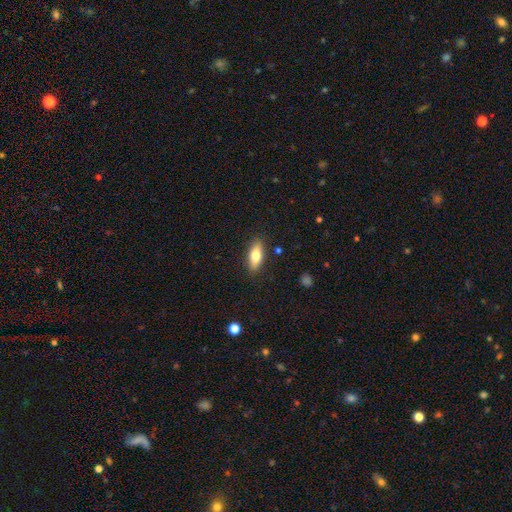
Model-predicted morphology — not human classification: type=smooth (75%); roundness=in between (74%); merging=none (87%).